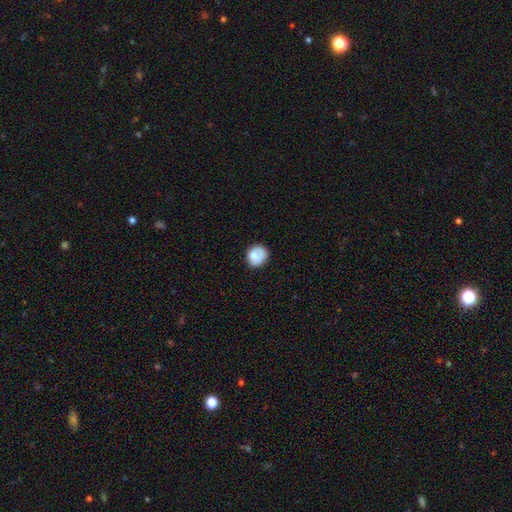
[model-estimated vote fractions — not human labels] Smooth or featured: smooth — 78% (featured or disk — 14%)
How rounded: round — 71% (in between — 28%)
Merging: none — 70% (minor disturbance — 22%)